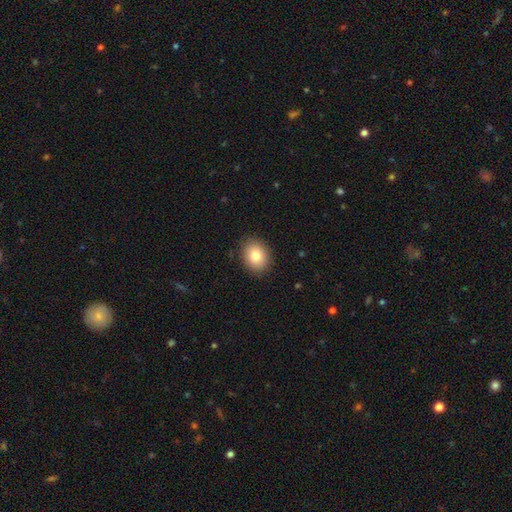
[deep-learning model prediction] This is clearly a smooth galaxy (82%). How rounded: possibly in between (50%). Merging: clearly none (89%).